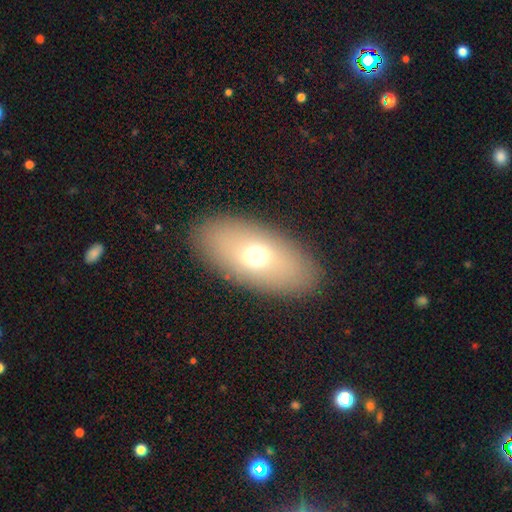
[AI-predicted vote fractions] Smooth or featured? Predicted: smooth (p=0.63). How rounded? Predicted: in between (p=0.88). Merging? Predicted: none (p=0.87).